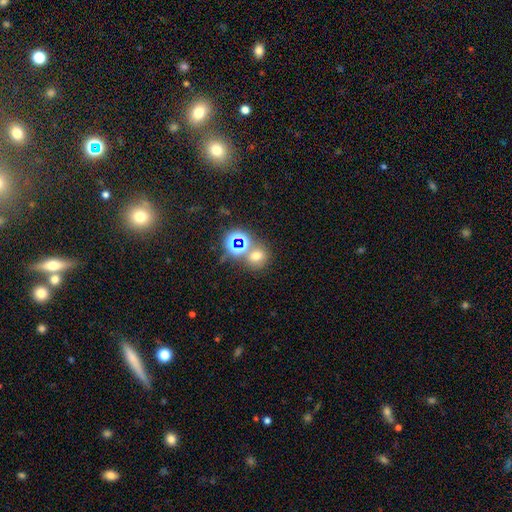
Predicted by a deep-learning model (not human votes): This is possibly a smooth galaxy (58%). How rounded: likely round (72%). Merging: likely none (62%).